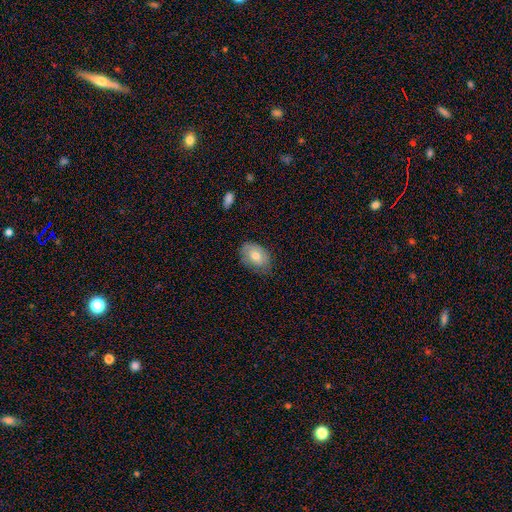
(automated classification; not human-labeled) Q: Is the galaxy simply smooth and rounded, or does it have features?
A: smooth — 72%.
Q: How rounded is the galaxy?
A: in between — 83%.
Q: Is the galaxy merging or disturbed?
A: none — 72%.